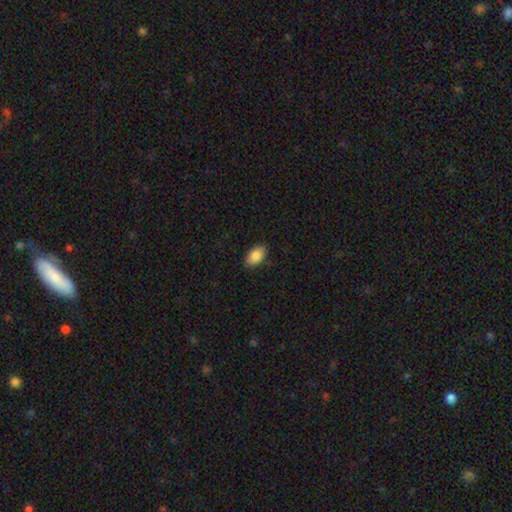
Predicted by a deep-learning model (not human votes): smooth_or_featured: smooth (p=0.87) [alt: star or artifact p=0.07]
how_rounded: in between (p=0.94) [alt: round p=0.05]
merging: none (p=0.87) [alt: minor disturbance p=0.10]